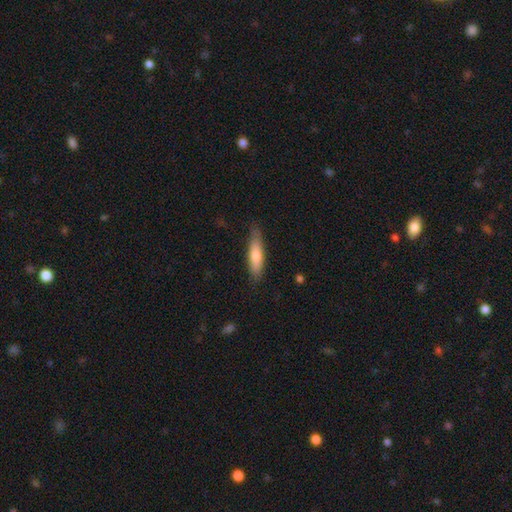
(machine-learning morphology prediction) smooth 70%, featured or disk 24%, star or artifact 6%. Down the decision tree: how rounded — cigar-shaped (73%); merging — none (81%).